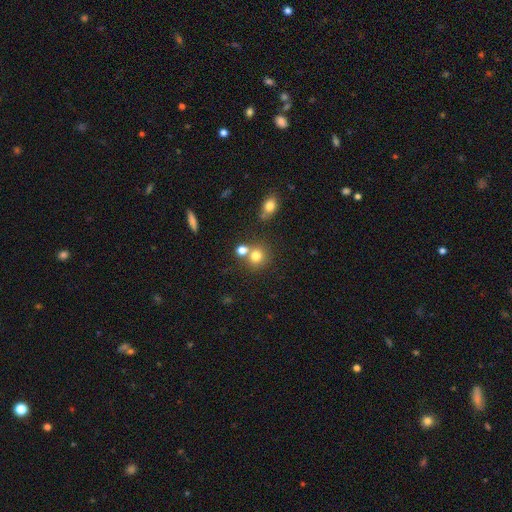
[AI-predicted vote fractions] The model was most divided on "merging": none: 57%, merger: 31%, minor disturbance: 9%, major disturbance: 4%. More confident: how rounded — round (85%); smooth or featured — smooth (76%).